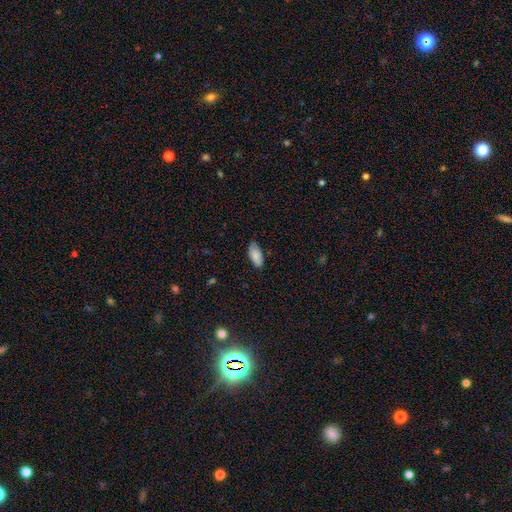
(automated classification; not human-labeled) smooth_or_featured: smooth (p=0.84) [alt: featured or disk p=0.09]
how_rounded: in between (p=0.91) [alt: cigar-shaped p=0.07]
merging: none (p=0.78) [alt: minor disturbance p=0.18]